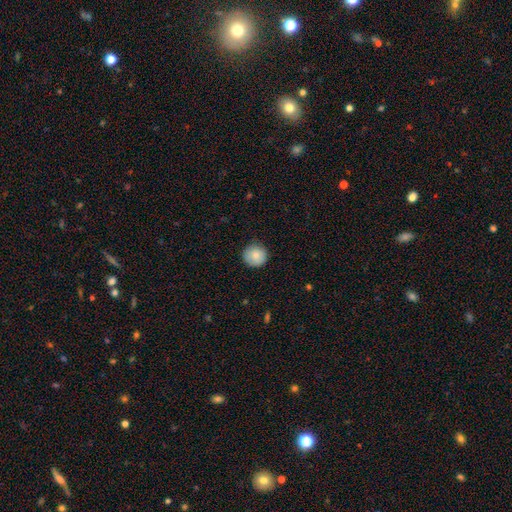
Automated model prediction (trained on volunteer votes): Morphology: type=smooth (84%); roundness=round (93%); merging=none (85%).